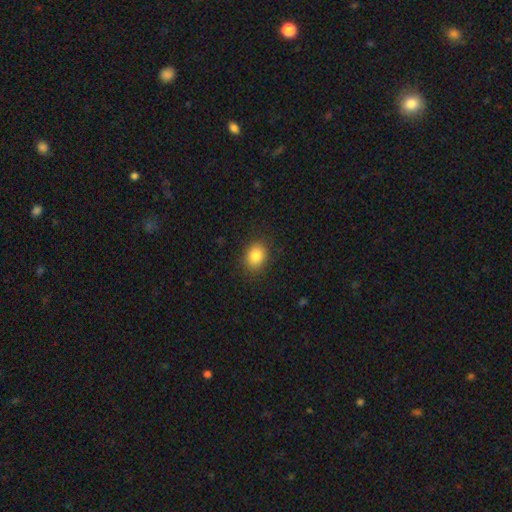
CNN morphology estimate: Q: Smooth or featured?
A: smooth (84%); runner-up: star or artifact (10%)
Q: How rounded?
A: round (51%); runner-up: in between (48%)
Q: Merging?
A: none (86%); runner-up: minor disturbance (10%)